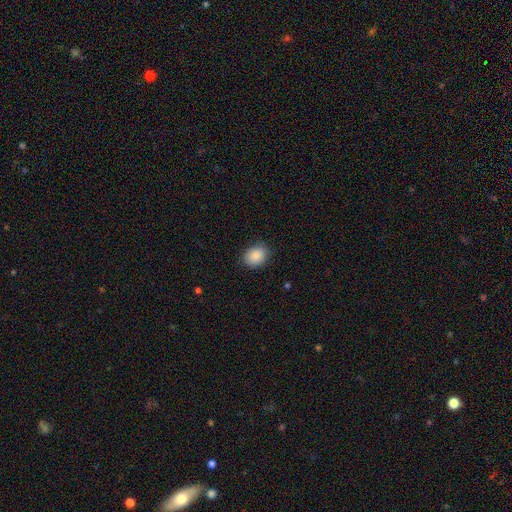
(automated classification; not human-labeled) Smooth or featured? Predicted: smooth (p=0.88). How rounded? Predicted: in between (p=0.58). Merging? Predicted: none (p=0.85).